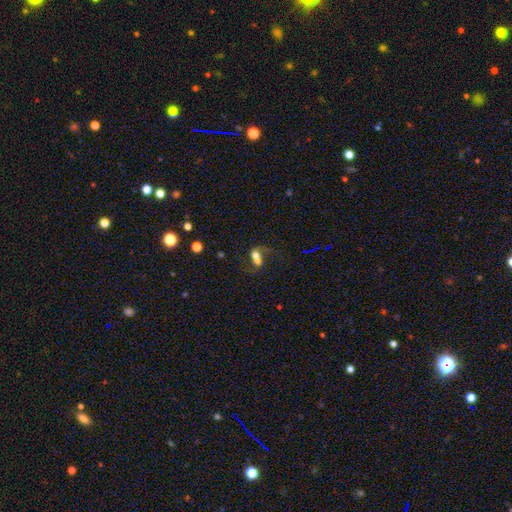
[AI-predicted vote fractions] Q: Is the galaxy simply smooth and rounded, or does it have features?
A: smooth — 55%.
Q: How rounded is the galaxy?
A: in between — 65%.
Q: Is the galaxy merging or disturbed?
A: merger — 64%.